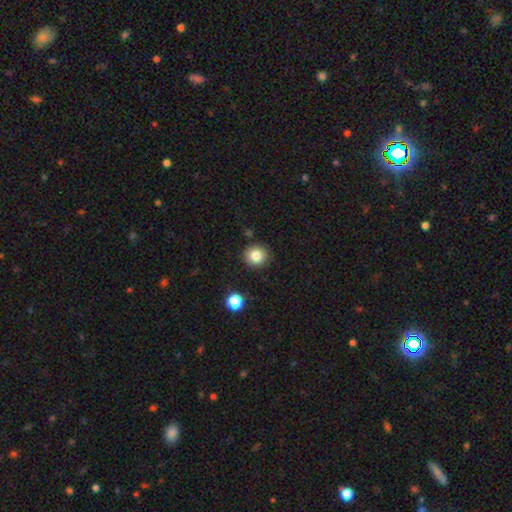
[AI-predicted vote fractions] A smooth galaxy with no disk features (82%) that is round (91%).

Vote fractions:
- Smooth or featured? smooth: 82% / star or artifact: 11% / featured or disk: 7%
- How rounded? round: 91% / in between: 8% / cigar-shaped: 1%
- Merging? none: 88% / minor disturbance: 7% / merger: 2% / major disturbance: 2%